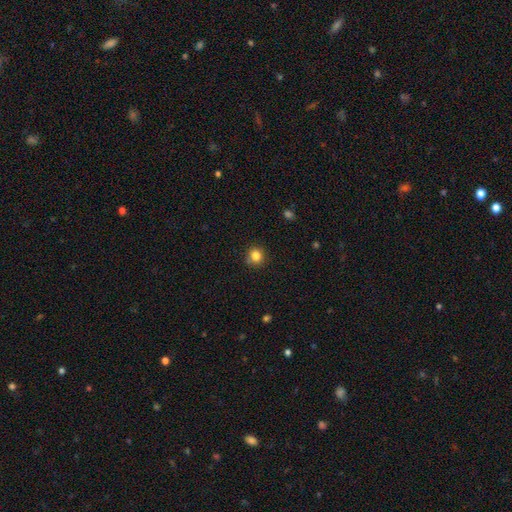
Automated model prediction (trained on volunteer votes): The model was most divided on "merging": none: 81%, minor disturbance: 11%, merger: 5%, major disturbance: 3%. More confident: how rounded — round (89%); smooth or featured — smooth (83%).